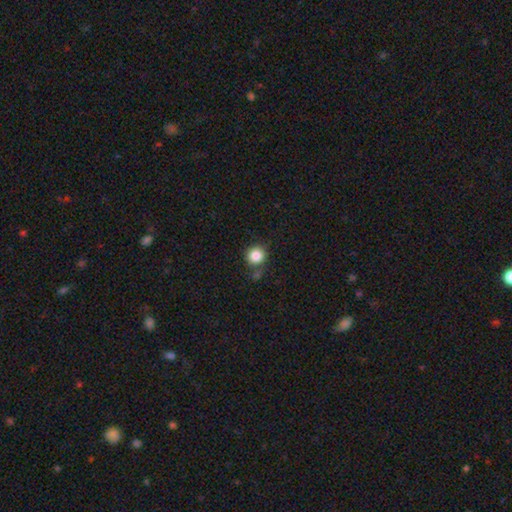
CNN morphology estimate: This appears to be a smooth galaxy with no disk features (85%) that is round (90%). Merging: none (73%).